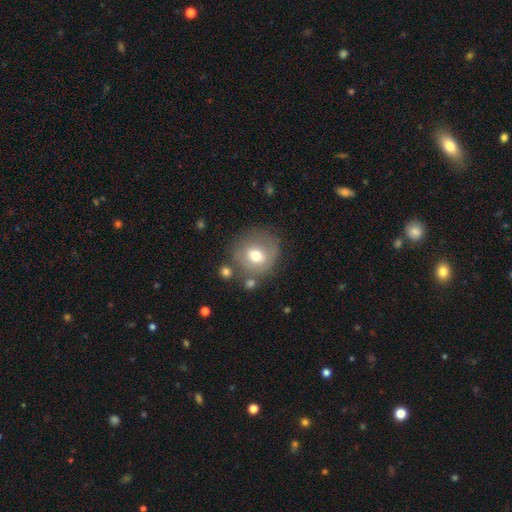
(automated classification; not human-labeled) Morphology: type=smooth (65%); roundness=round (85%); merging=none (68%).